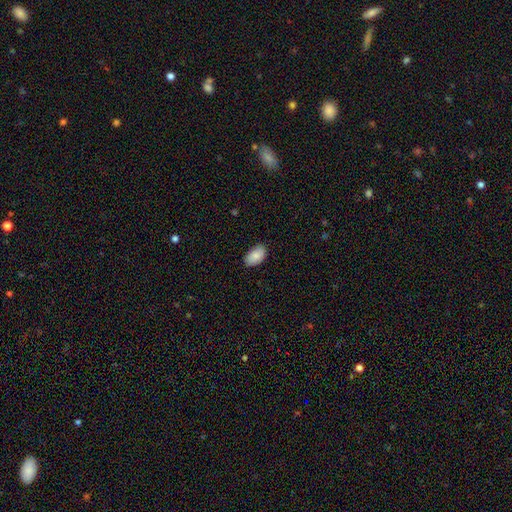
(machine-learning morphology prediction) Smooth or featured: smooth — 87% (featured or disk — 7%)
How rounded: in between — 94% (round — 4%)
Merging: none — 82% (minor disturbance — 15%)